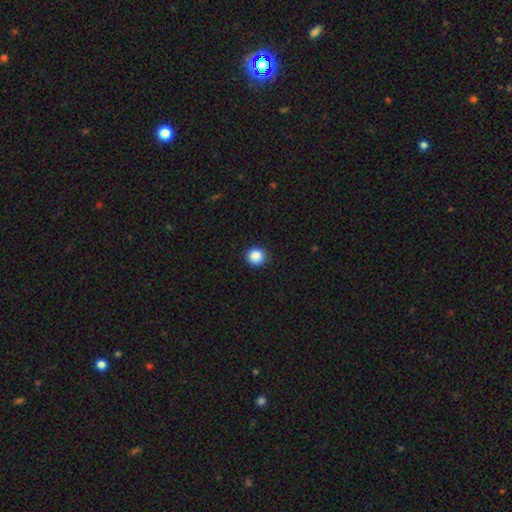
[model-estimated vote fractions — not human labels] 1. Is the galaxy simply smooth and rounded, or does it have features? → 88% smooth, 9% star or artifact, 2% featured or disk.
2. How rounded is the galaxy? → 93% round, 6% in between, 1% cigar-shaped.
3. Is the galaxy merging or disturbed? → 91% none, 6% minor disturbance, 2% major disturbance, 1% merger.